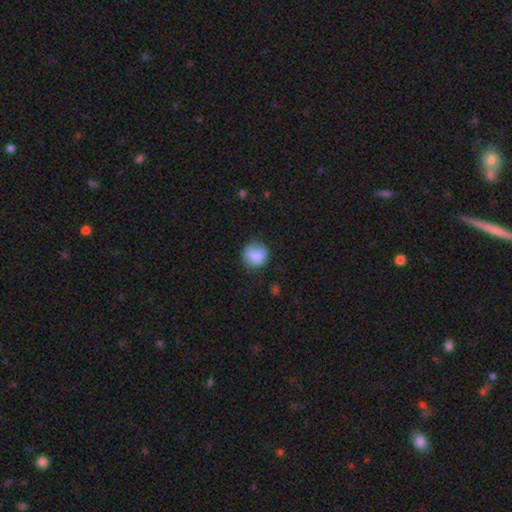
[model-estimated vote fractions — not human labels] smooth 81%, featured or disk 11%, star or artifact 8%. Down the decision tree: how rounded — round (84%); merging — none (72%).